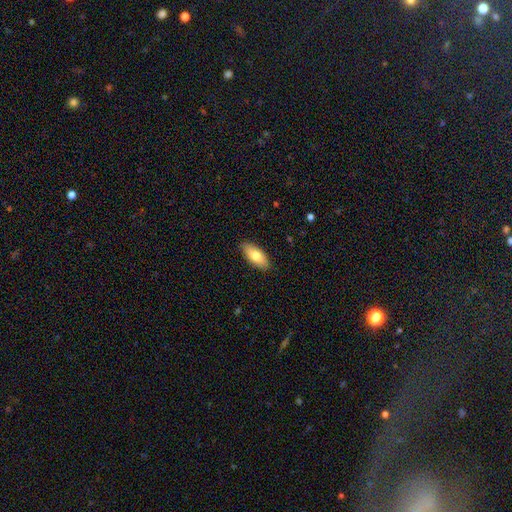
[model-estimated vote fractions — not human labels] Q: Smooth or featured?
A: smooth (76%); runner-up: featured or disk (18%)
Q: How rounded?
A: in between (84%); runner-up: cigar-shaped (14%)
Q: Merging?
A: none (88%); runner-up: minor disturbance (9%)